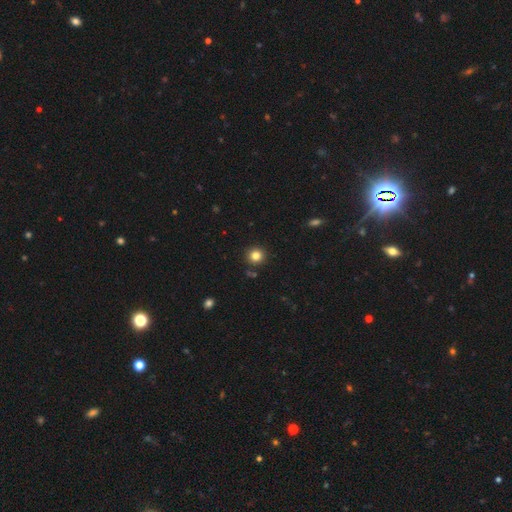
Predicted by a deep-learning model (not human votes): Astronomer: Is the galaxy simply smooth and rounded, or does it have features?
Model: smooth — 82%.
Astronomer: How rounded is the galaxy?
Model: round — 93%.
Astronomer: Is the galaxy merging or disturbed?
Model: none — 90%.